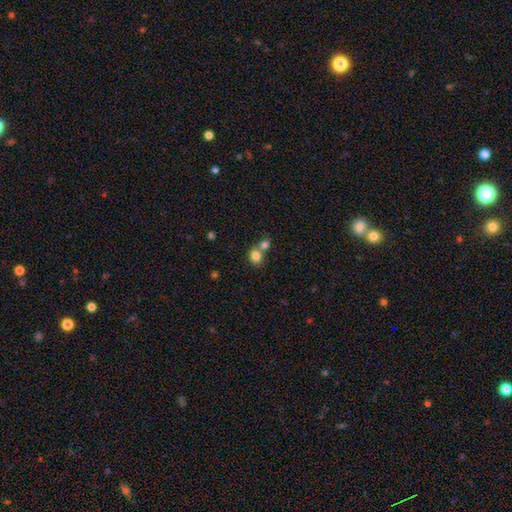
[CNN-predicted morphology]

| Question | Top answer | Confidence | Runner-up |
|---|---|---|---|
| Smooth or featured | smooth | 82% | star or artifact (10%) |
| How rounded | round | 60% | in between (39%) |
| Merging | merger | 49% | none (41%) |